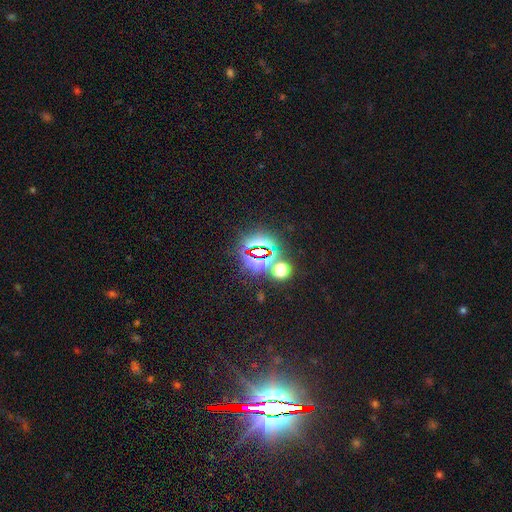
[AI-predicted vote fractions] star or artifact 79%, smooth 13%, featured or disk 8%.